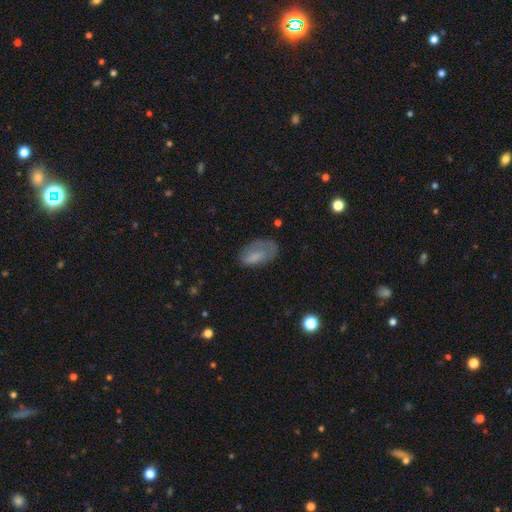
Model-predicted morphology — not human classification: smooth 66%, featured or disk 25%, star or artifact 9%. Down the decision tree: how rounded — in between (91%); merging — none (50%).